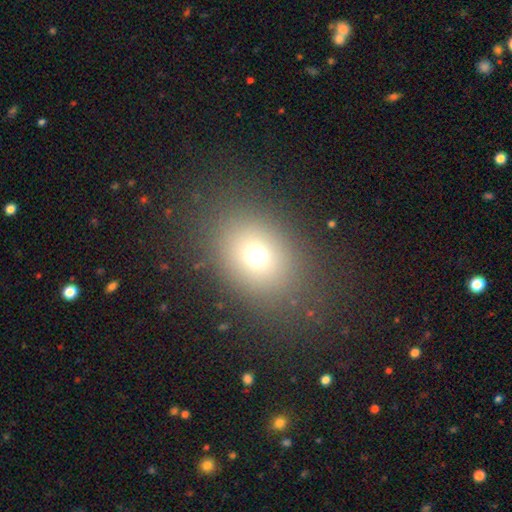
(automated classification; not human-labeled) A smooth galaxy with no disk features (69%) that is in between round and cigar-shaped (59%). Merging: none (84%).